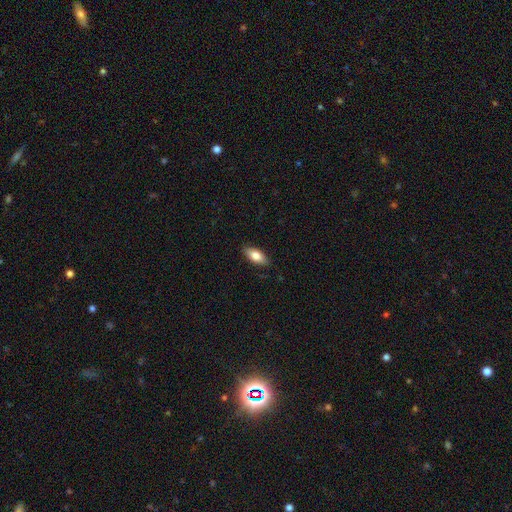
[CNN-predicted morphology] smooth_or_featured: smooth (p=0.77) [alt: featured or disk p=0.17]
how_rounded: in between (p=0.84) [alt: cigar-shaped p=0.14]
merging: none (p=0.87) [alt: minor disturbance p=0.10]